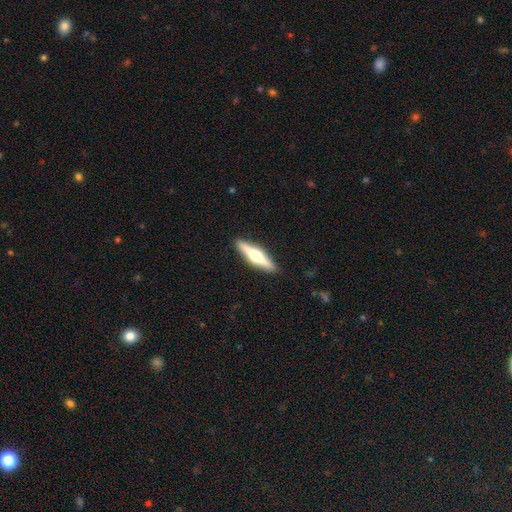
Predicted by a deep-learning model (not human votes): Overall: featured or disk (64%; smooth 31%). Edge-on disk: yes (97%). Edge-on bulge: rounded (94%). Merging: none (91%).